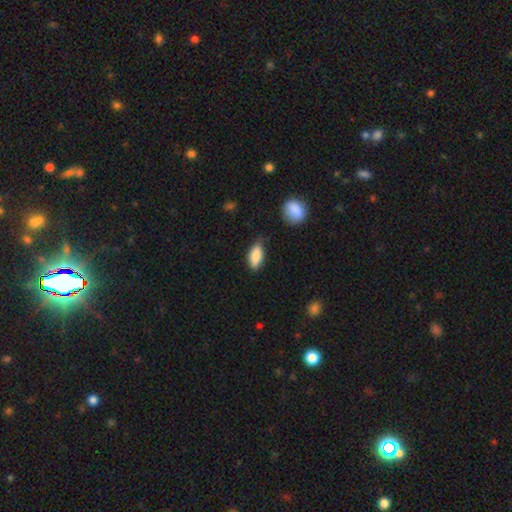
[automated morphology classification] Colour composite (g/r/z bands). It shows a smooth galaxy with no disk features (84%) that is in between round and cigar-shaped (84%). Merging: none (70%).